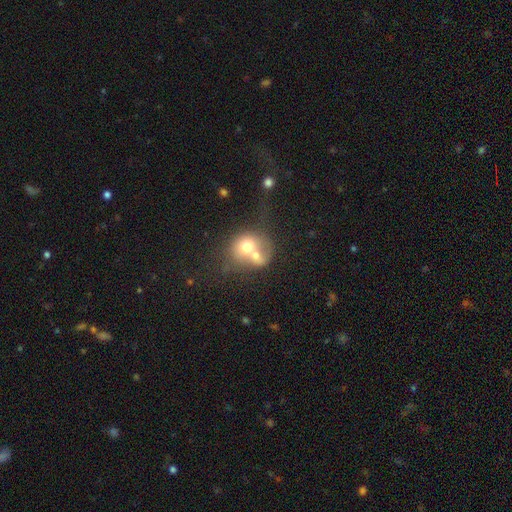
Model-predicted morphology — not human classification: Smooth or featured? smooth (61%)
How rounded? round (64%)
Merging? merger (73%)